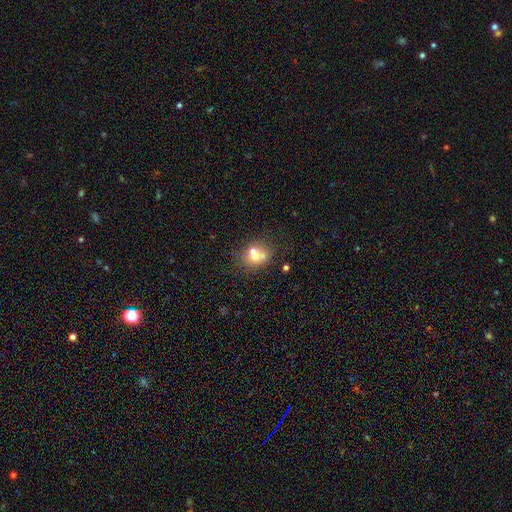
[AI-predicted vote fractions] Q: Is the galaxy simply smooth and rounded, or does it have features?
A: smooth — 62%.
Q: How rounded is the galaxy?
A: round — 70%.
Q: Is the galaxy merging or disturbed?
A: merger — 46%.